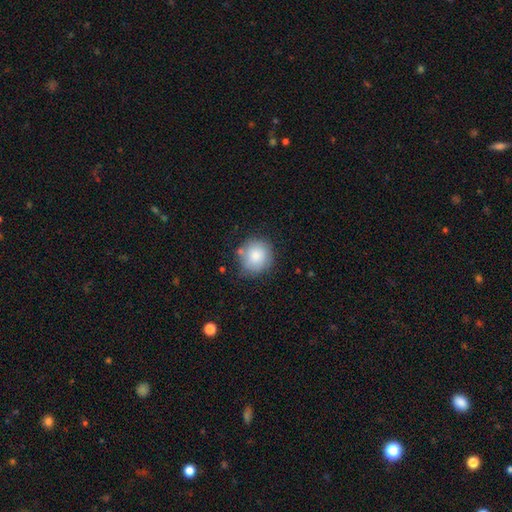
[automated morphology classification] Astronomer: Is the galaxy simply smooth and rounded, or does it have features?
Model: smooth — 83%.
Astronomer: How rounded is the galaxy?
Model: round — 91%.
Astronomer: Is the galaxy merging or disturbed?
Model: none — 76%.